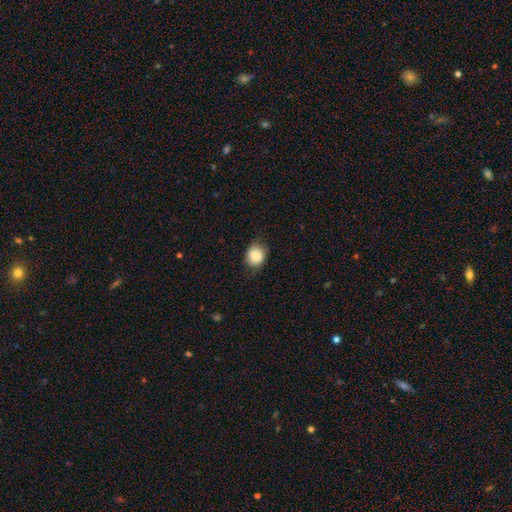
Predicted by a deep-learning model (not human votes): This is clearly a smooth galaxy (83%). How rounded: likely round (65%). Merging: likely none (74%).